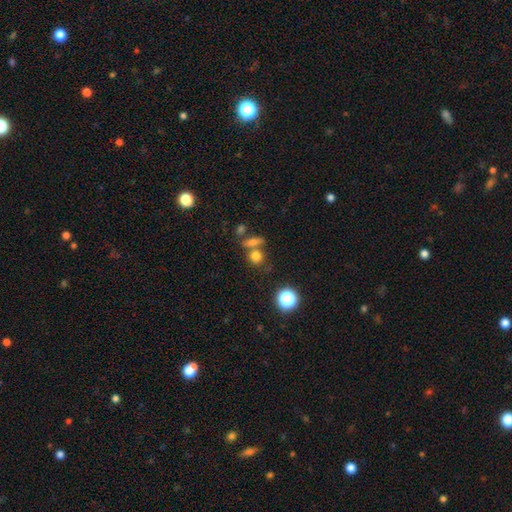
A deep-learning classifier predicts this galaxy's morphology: Smooth or featured: smooth — 74% (star or artifact — 15%)
How rounded: round — 76% (in between — 20%)
Merging: none — 54% (merger — 33%)